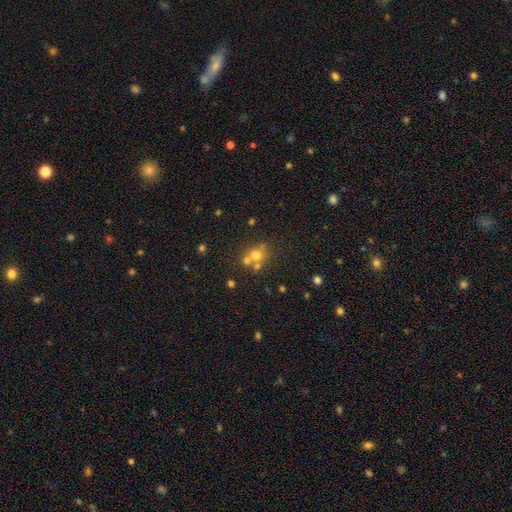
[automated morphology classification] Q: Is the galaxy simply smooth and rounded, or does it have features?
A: smooth — 57%.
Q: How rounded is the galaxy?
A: round — 77%.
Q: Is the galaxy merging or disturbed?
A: none — 49%.